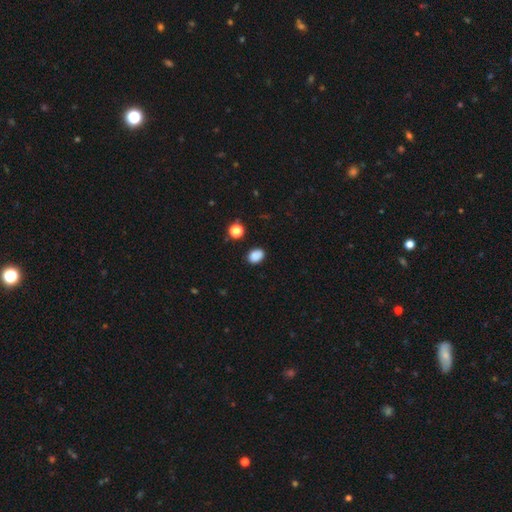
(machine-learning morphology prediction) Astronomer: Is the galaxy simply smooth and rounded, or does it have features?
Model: smooth — 85%.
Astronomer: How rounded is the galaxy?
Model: in between — 71%.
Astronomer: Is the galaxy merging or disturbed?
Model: none — 83%.